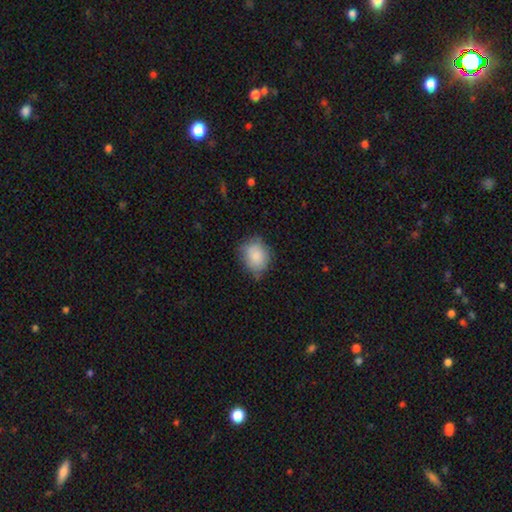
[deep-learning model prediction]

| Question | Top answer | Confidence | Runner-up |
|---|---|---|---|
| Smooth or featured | smooth | 84% | featured or disk (9%) |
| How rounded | round | 57% | in between (42%) |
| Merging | none | 68% | minor disturbance (25%) |